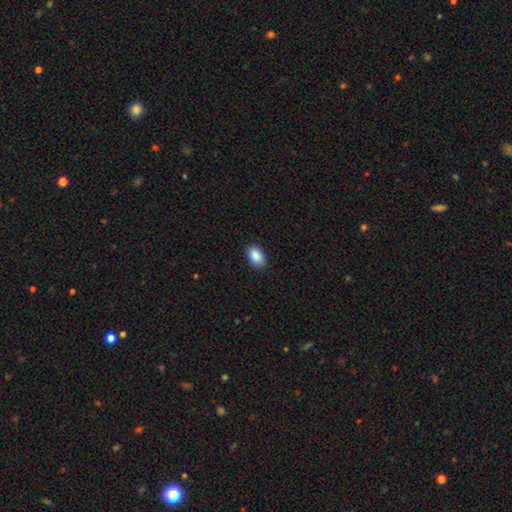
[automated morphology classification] Smooth or featured?
  - smooth: 90% *
  - star or artifact: 7%
  - featured or disk: 3%
How rounded?
  - in between: 89% *
  - round: 10%
  - cigar-shaped: 1%
Merging?
  - none: 89% *
  - minor disturbance: 9%
  - major disturbance: 2%
  - merger: 1%